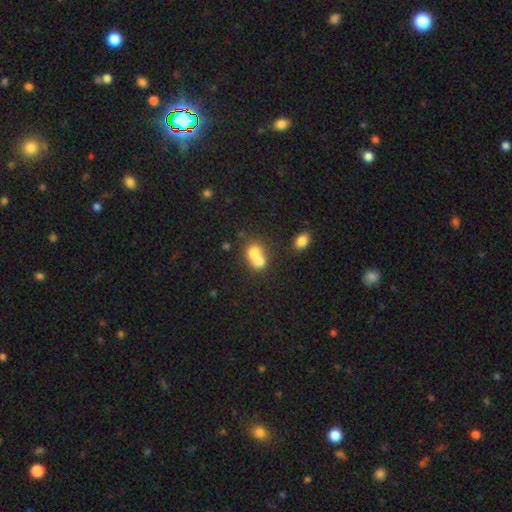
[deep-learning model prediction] Morphology: type=smooth (71%); roundness=round (53%); merging=merger (69%).